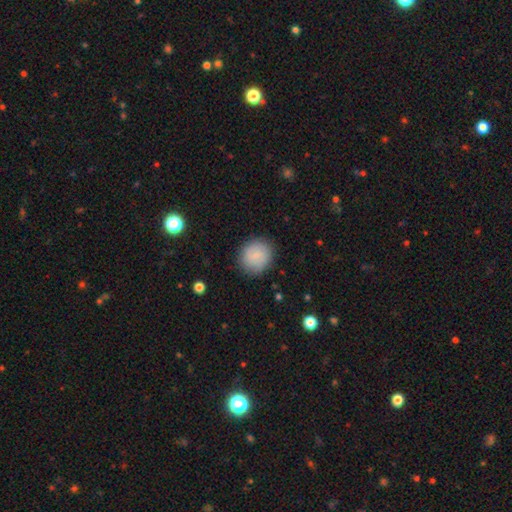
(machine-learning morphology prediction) Smooth or featured? smooth (80%)
How rounded? round (87%)
Merging? none (87%)